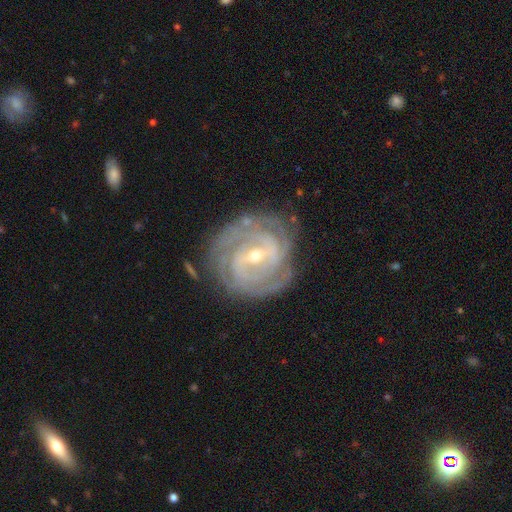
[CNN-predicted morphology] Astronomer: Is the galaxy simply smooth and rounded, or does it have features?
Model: featured or disk — 90%.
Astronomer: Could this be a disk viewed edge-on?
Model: no — 97%.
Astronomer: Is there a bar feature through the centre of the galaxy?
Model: weak — 49% (runner-up: strong, 31%).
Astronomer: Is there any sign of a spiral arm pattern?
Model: yes — 98%.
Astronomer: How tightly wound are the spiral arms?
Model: tight — 76%.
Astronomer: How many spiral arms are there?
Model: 3 — 25% (runner-up: 2, 23%).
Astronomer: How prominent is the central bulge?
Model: small — 60% (runner-up: moderate, 38%).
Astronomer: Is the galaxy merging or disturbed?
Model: none — 78%.